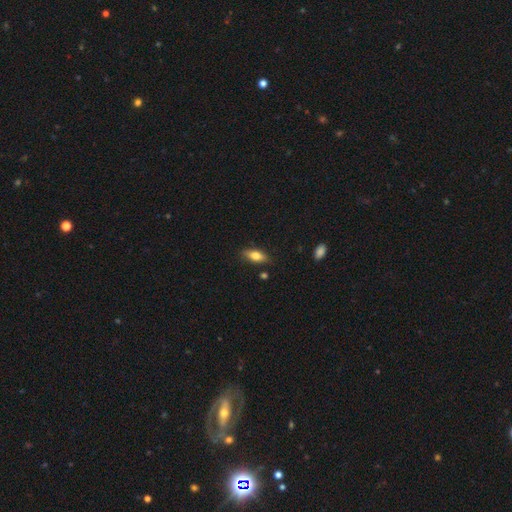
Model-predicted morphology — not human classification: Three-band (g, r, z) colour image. It shows a smooth galaxy with no disk features (74%) that is in between round and cigar-shaped (79%). Merging: none (81%).